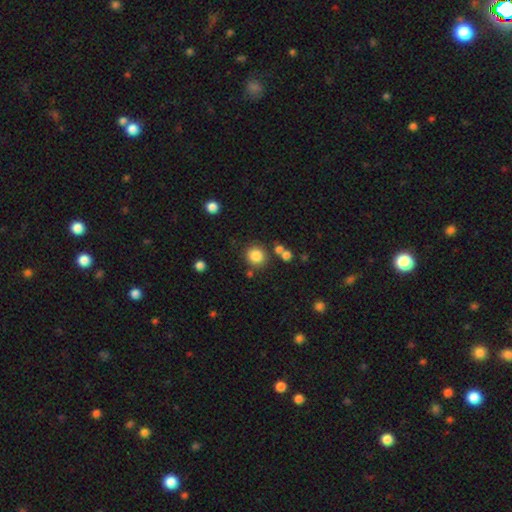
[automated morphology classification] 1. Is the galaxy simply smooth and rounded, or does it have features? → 84% smooth, 11% star or artifact, 5% featured or disk.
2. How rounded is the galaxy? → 89% round, 10% in between, 1% cigar-shaped.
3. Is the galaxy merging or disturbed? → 79% none, 9% merger, 9% minor disturbance, 4% major disturbance.